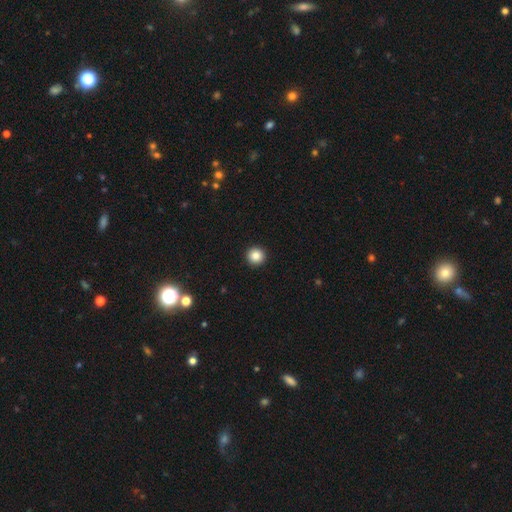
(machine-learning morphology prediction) This appears to be a smooth galaxy with no disk features (86%) that is round (96%). Merging: none (94%).